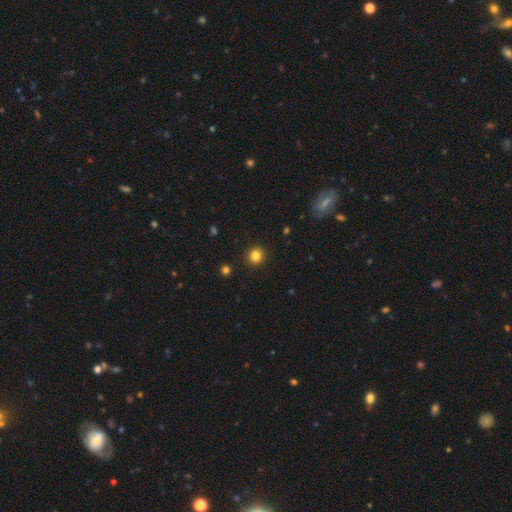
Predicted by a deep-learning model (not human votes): Q: Smooth or featured?
A: smooth (82%); runner-up: star or artifact (12%)
Q: How rounded?
A: round (90%); runner-up: in between (9%)
Q: Merging?
A: none (92%); runner-up: minor disturbance (5%)